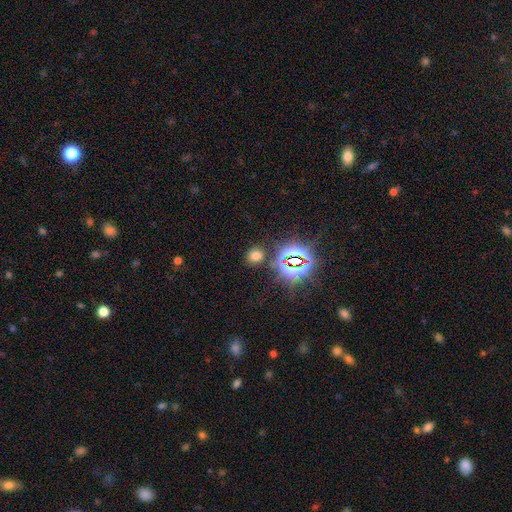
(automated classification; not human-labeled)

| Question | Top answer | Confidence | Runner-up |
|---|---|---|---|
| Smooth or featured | smooth | 61% | star or artifact (33%) |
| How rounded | round | 71% | in between (28%) |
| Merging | none | 84% | minor disturbance (8%) |